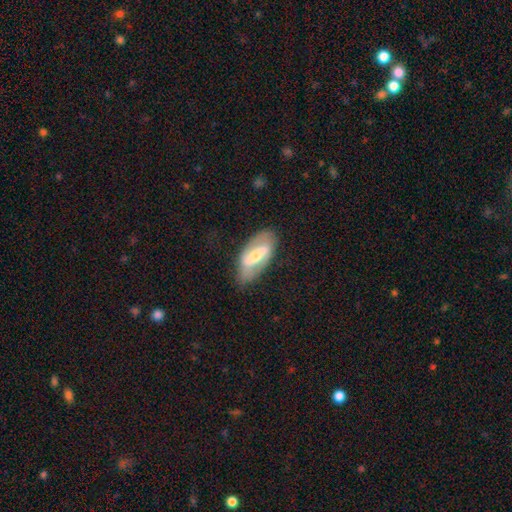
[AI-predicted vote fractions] A featured or disk galaxy (70%) with a strong bar (66%), spiral arms (60%) and a moderate central bulge (53%).

Vote fractions:
- Smooth or featured? featured or disk: 70% / smooth: 24% / star or artifact: 5%
- Edge-on disk? no: 88% / yes: 12%
- Bar? strong: 66% / weak: 24% / no: 10%
- Spiral arms? yes: 60% / no: 40%
- Bulge size? moderate: 53% / small: 40% / large: 4% / none: 2% / dominant: 1%
- Merging? none: 76% / minor disturbance: 17% / major disturbance: 6% / merger: 1%